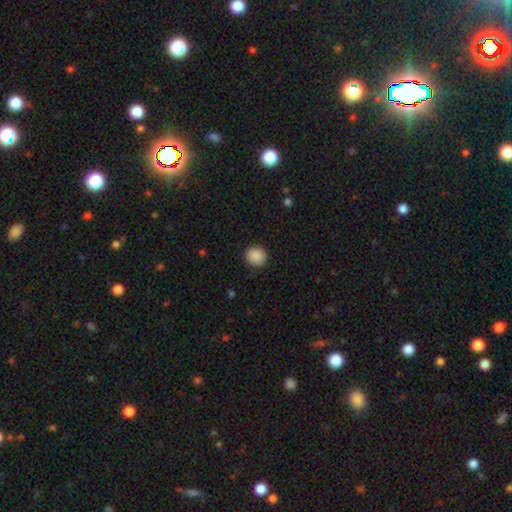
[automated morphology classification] The model was most divided on "how rounded": round: 87%, in between: 12%, cigar-shaped: 1%. More confident: merging — none (91%); smooth or featured — smooth (89%).